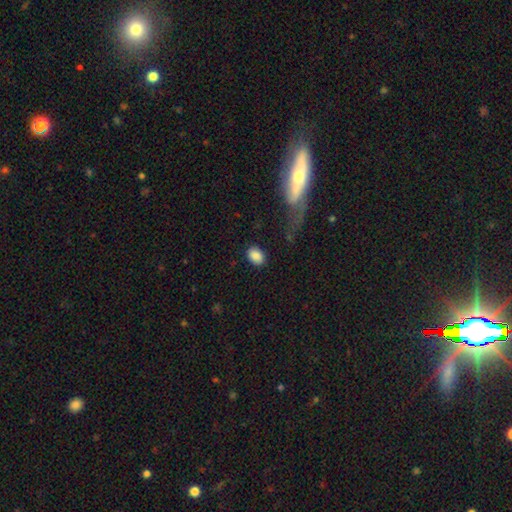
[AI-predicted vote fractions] smooth_or_featured: smooth (p=0.87) [alt: star or artifact p=0.07]
how_rounded: in between (p=0.72) [alt: round p=0.27]
merging: none (p=0.84) [alt: minor disturbance p=0.10]